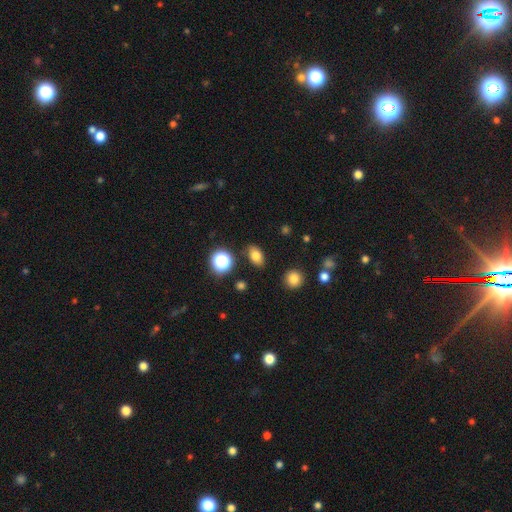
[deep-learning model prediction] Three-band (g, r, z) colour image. It shows a smooth galaxy with no disk features (77%) that is in between round and cigar-shaped (82%). Merging: none (85%).